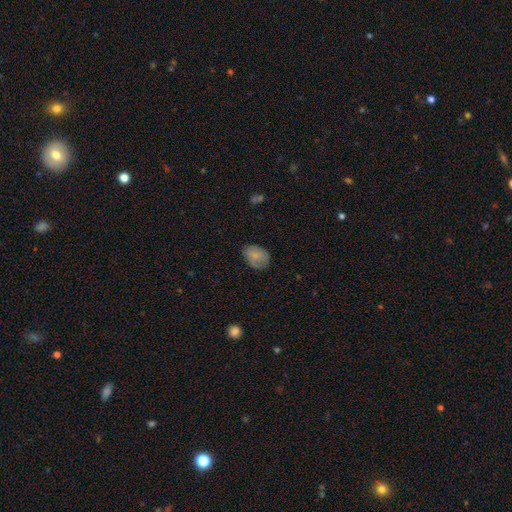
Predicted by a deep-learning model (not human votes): Smooth or featured? smooth (77%)
How rounded? in between (68%)
Merging? none (70%)